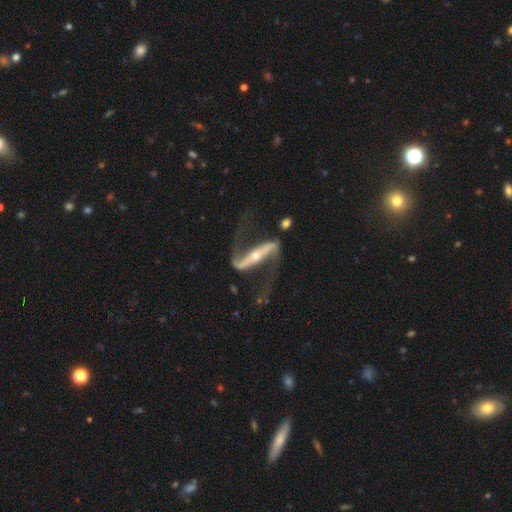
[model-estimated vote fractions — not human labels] Smooth or featured? Predicted: featured or disk (p=0.92). Edge-on disk? Predicted: no (p=0.89). Bar? Predicted: strong (p=0.72). Spiral arms? Predicted: yes (p=0.97). Spiral winding? Predicted: loose (p=0.72). Spiral arm count? Predicted: 2 (p=0.94). Bulge size? Predicted: small (p=0.58). Merging? Predicted: none (p=0.71).